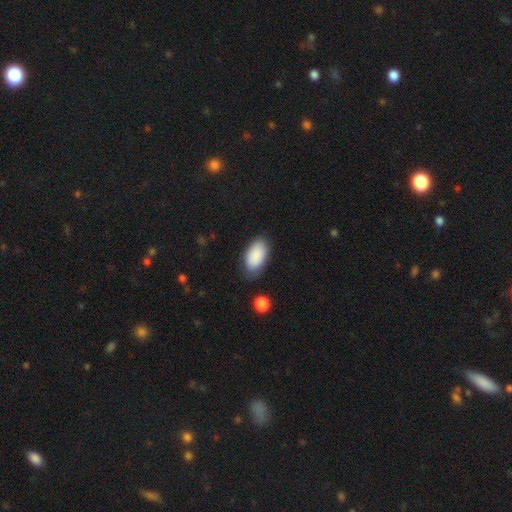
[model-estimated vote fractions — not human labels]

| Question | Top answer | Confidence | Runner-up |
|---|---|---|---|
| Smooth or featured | smooth | 89% | star or artifact (6%) |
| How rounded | in between | 95% | round (3%) |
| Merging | none | 80% | minor disturbance (14%) |